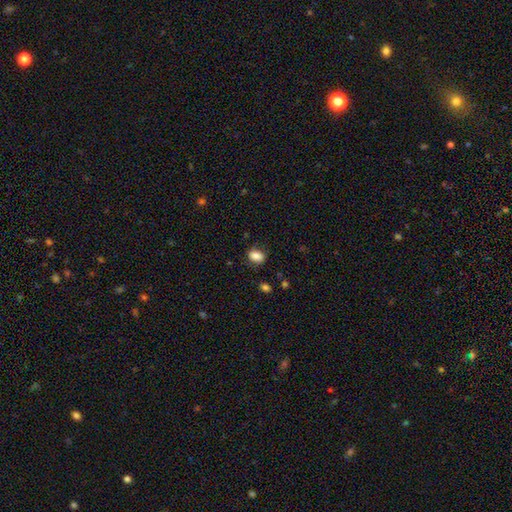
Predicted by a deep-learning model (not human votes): This is clearly a smooth galaxy (83%). How rounded: likely in between (76%). Merging: likely none (76%).